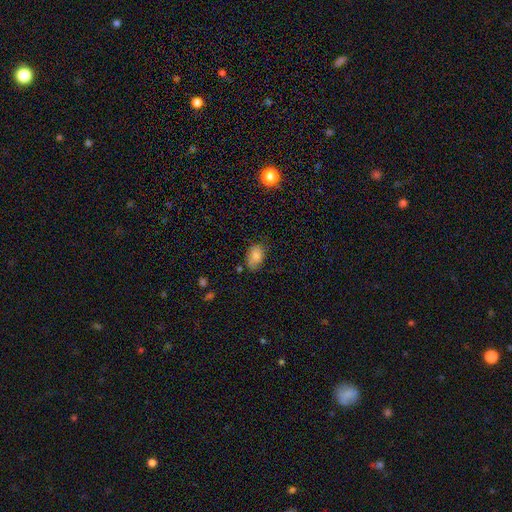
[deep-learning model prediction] Smooth or featured: smooth — 81% (star or artifact — 9%)
How rounded: in between — 86% (round — 13%)
Merging: none — 61% (minor disturbance — 29%)